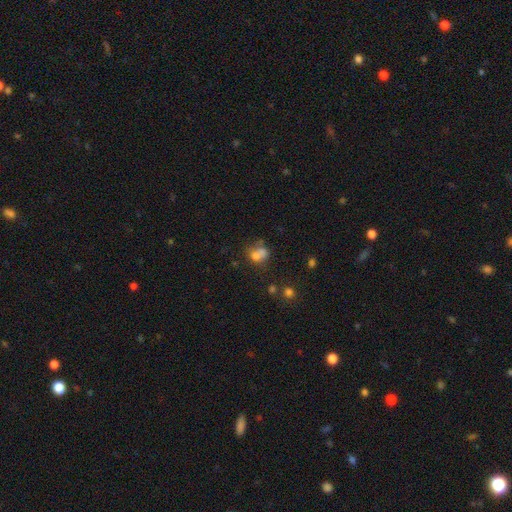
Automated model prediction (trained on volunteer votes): Morphology: type=smooth (68%); roundness=in between (51%); merging=merger (44%).